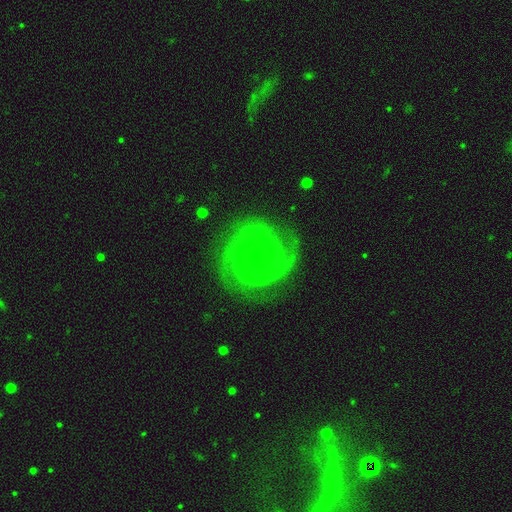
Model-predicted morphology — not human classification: Overall: featured or disk (92%). Edge-on disk: no (98%). Bar: no (70%). Spiral arms: yes (99%). Spiral arm count: 2 (69%). Spiral winding: tight (77%). Bulge size: small (85%). Merging: none (79%).